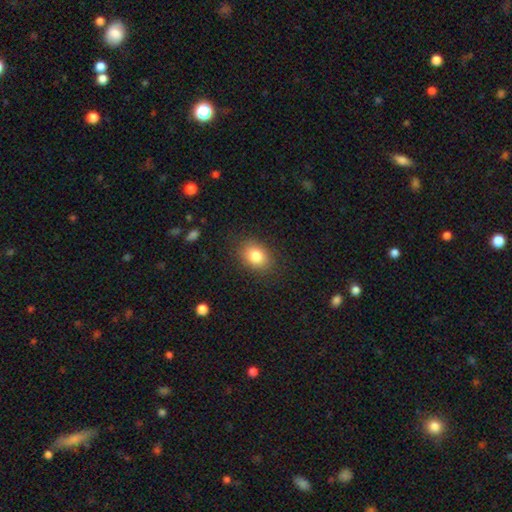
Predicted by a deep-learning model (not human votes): This appears to be a smooth galaxy with no disk features (83%) that is in between round and cigar-shaped (67%). Merging: none (85%).